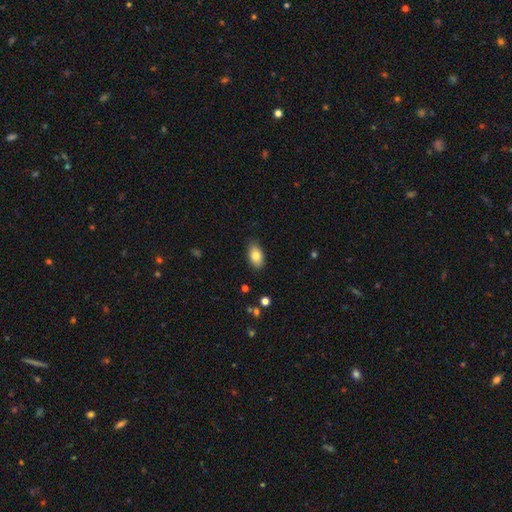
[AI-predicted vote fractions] Smooth or featured? Predicted: smooth (p=0.80). How rounded? Predicted: in between (p=0.92). Merging? Predicted: none (p=0.87).